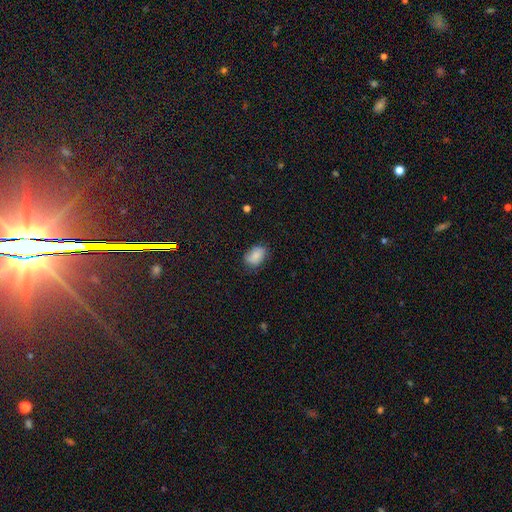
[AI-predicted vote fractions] smooth-or-featured: smooth: 84% | star or artifact: 9% | featured or disk: 7%
  how-rounded: in between: 82% | round: 17% | cigar-shaped: 1%
  merging: none: 68% | minor disturbance: 25% | major disturbance: 6% | merger: 2%